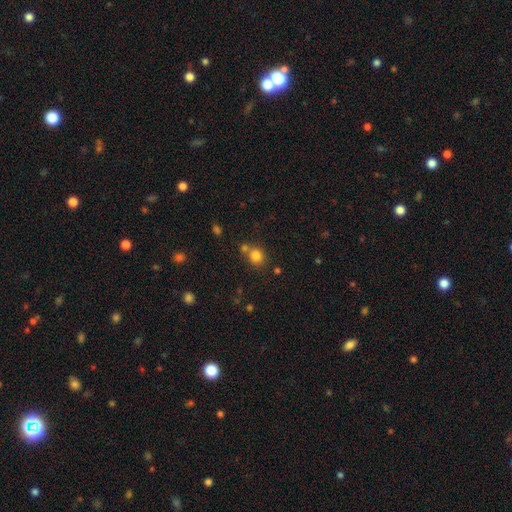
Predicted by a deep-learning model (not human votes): Smooth or featured? smooth (80%)
How rounded? round (83%)
Merging? none (59%)